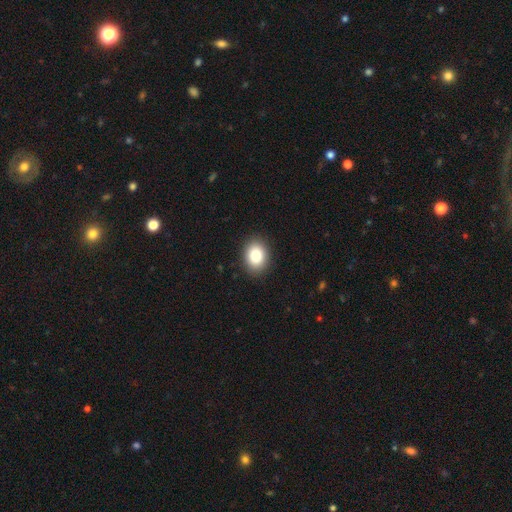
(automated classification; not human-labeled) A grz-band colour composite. It shows a smooth galaxy with no disk features (86%) that is in between round and cigar-shaped (64%). Merging: none (89%).